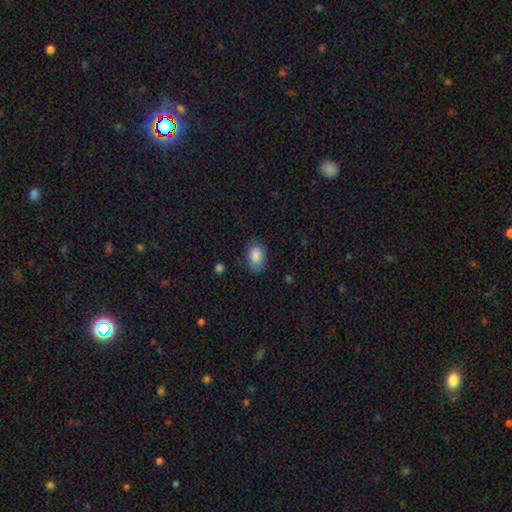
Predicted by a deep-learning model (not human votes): Smooth or featured? smooth (86%)
How rounded? in between (87%)
Merging? none (73%)